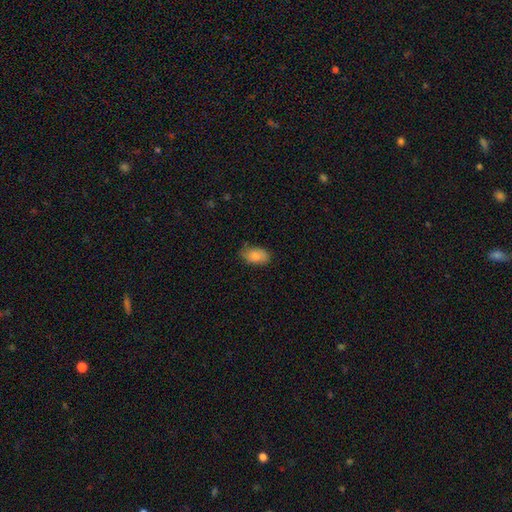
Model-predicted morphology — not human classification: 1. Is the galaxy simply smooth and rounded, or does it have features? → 83% smooth, 10% featured or disk, 7% star or artifact.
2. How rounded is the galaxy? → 92% in between, 6% round, 2% cigar-shaped.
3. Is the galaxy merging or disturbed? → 73% none, 21% minor disturbance, 4% major disturbance, 1% merger.